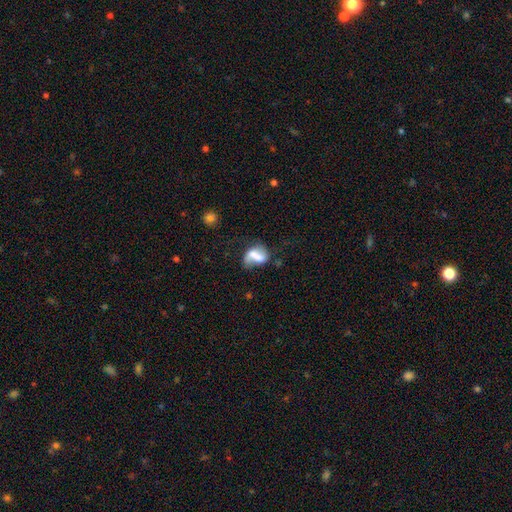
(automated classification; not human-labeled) smooth 52%, featured or disk 39%, star or artifact 9%. Down the decision tree: how rounded — in between (71%); merging — merger (32%).